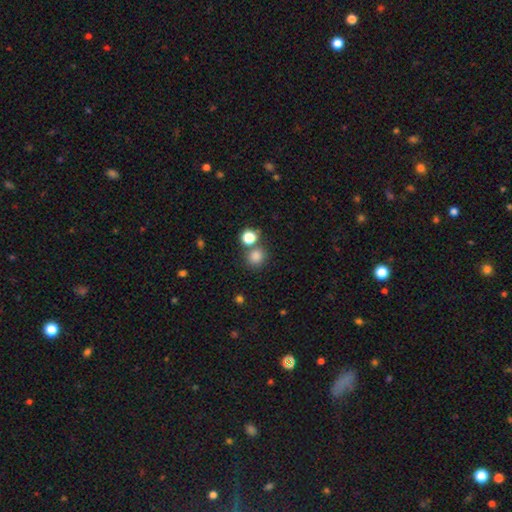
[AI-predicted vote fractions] Smooth or featured? Predicted: smooth (p=0.81). How rounded? Predicted: round (p=0.88). Merging? Predicted: none (p=0.70).